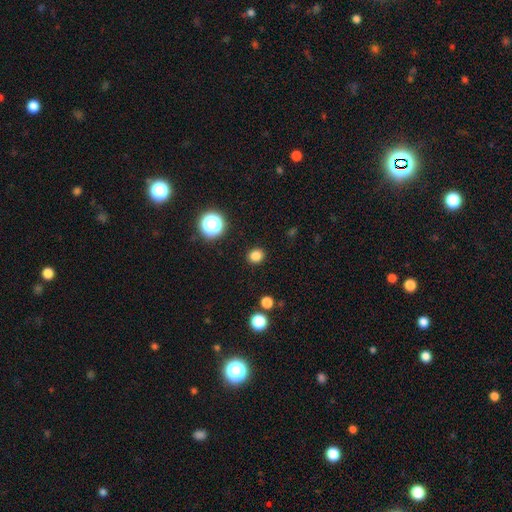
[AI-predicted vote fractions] Smooth or featured? smooth (83%)
How rounded? round (83%)
Merging? none (91%)